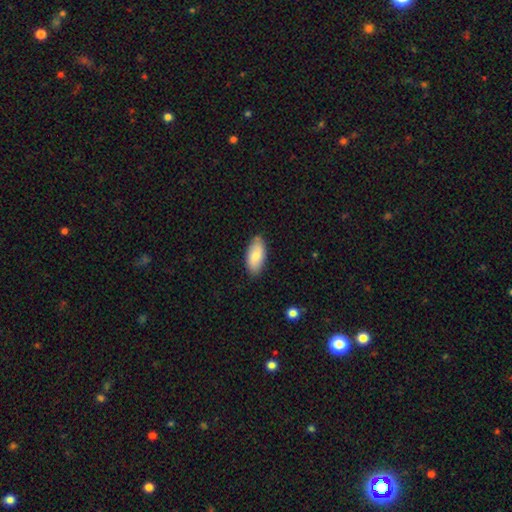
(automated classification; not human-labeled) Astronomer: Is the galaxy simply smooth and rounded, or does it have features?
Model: smooth — 80%.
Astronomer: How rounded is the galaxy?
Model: in between — 92%.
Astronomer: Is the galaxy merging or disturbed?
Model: none — 82%.